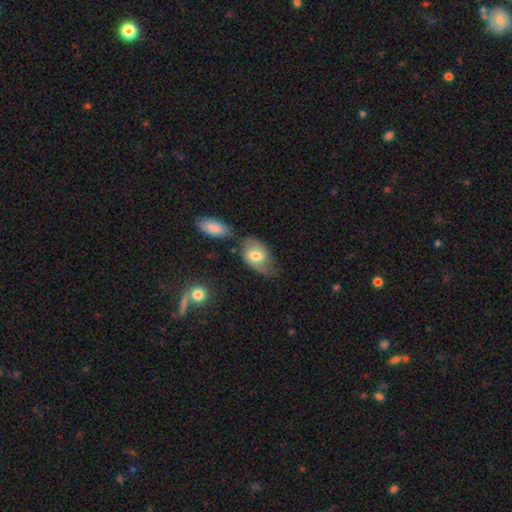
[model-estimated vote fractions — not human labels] smooth-or-featured: smooth: 56% | featured or disk: 37% | star or artifact: 7%
  how-rounded: in between: 85% | round: 13% | cigar-shaped: 2%
  merging: none: 49% | minor disturbance: 27% | merger: 14% | major disturbance: 10%